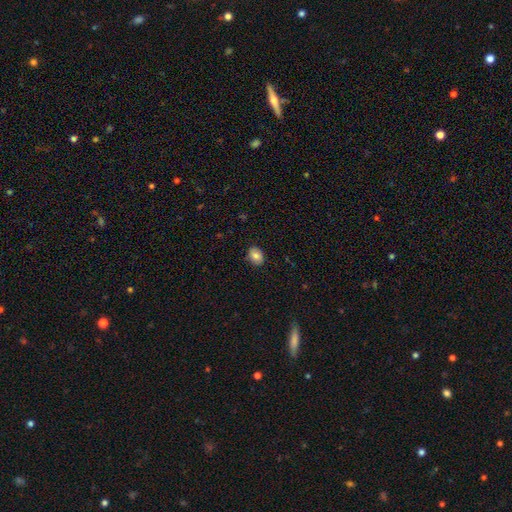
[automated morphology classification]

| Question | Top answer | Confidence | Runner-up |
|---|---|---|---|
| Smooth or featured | smooth | 84% | star or artifact (8%) |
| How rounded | in between | 61% | round (38%) |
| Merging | none | 88% | minor disturbance (9%) |